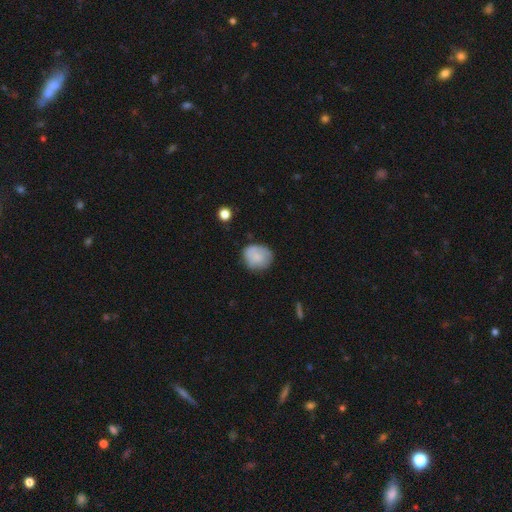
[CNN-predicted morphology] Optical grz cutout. It shows a smooth galaxy with no disk features (74%) that is round (71%). Merging: none (67%).